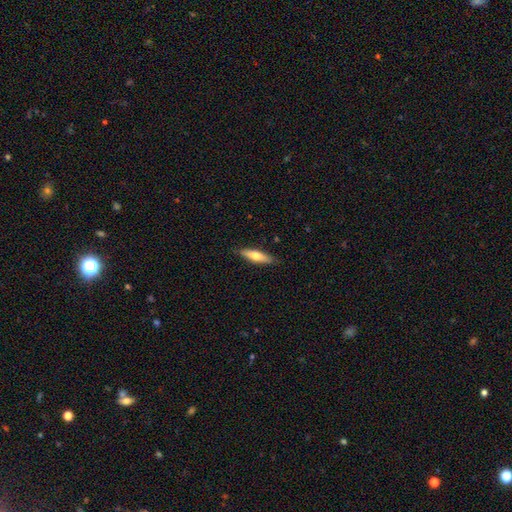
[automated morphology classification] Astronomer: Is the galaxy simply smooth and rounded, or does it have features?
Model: smooth — 62%.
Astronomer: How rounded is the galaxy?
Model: cigar-shaped — 67%.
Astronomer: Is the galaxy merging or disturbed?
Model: none — 86%.